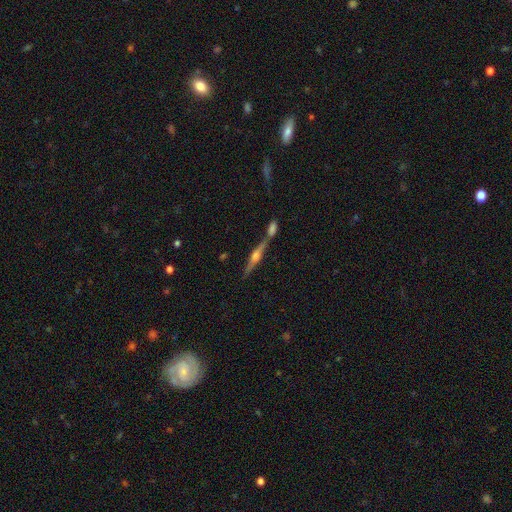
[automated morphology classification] The model was most divided on "merging": none: 65%, merger: 24%, minor disturbance: 9%, major disturbance: 3%. More confident: edge-on disk — yes (97%); edge-on bulge — rounded (88%); smooth or featured — featured or disk (81%).